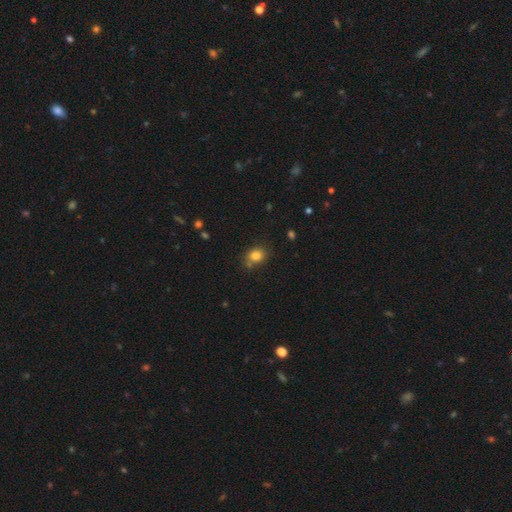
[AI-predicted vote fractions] Smooth or featured: smooth — 82% (star or artifact — 12%)
How rounded: round — 57% (in between — 42%)
Merging: none — 73% (minor disturbance — 16%)